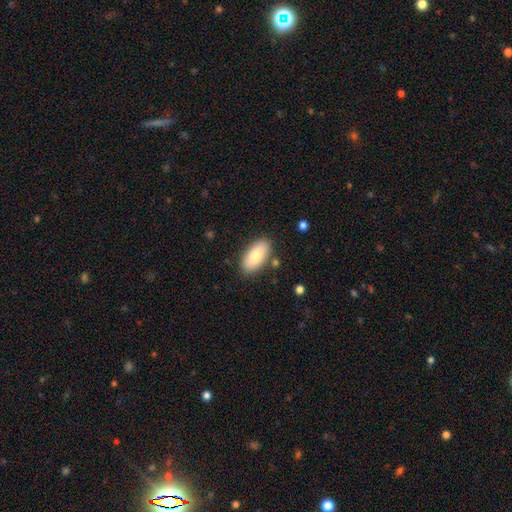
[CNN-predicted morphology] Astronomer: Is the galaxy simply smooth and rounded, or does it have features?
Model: smooth — 78%.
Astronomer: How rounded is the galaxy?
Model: in between — 92%.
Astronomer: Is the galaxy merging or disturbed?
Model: none — 83%.